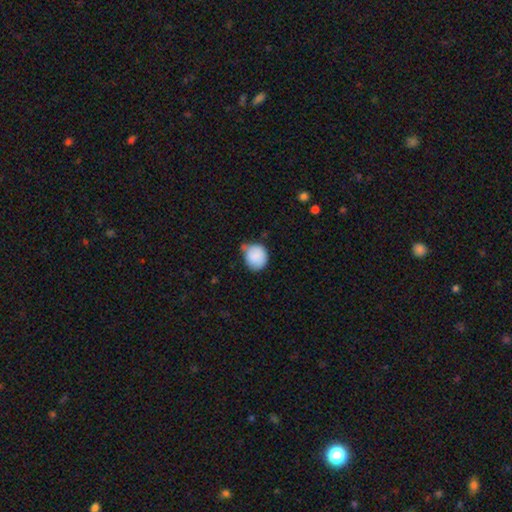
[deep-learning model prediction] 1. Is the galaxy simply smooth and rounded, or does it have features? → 84% smooth, 8% featured or disk, 8% star or artifact.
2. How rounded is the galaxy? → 75% round, 24% in between, 1% cigar-shaped.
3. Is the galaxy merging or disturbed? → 43% none, 42% minor disturbance, 9% major disturbance, 6% merger.